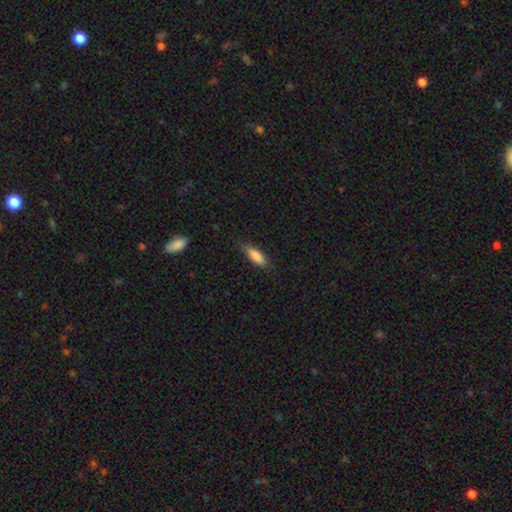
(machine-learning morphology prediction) A smooth galaxy with no disk features (81%) that is in between round and cigar-shaped (56%). Merging: none (77%).